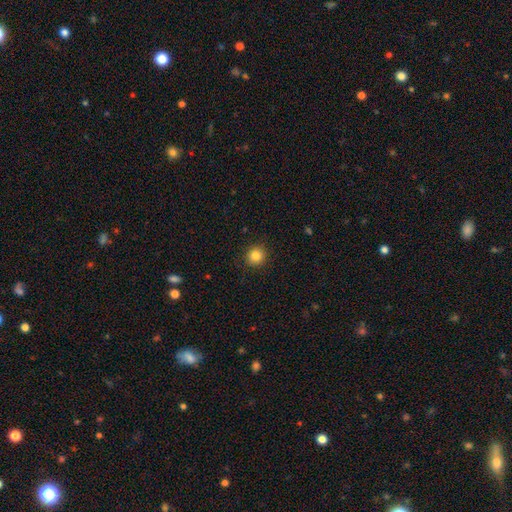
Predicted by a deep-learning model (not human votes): smooth-or-featured: smooth: 85% | star or artifact: 11% | featured or disk: 5%
  how-rounded: round: 92% | in between: 7% | cigar-shaped: 1%
  merging: none: 91% | minor disturbance: 6% | major disturbance: 2% | merger: 1%